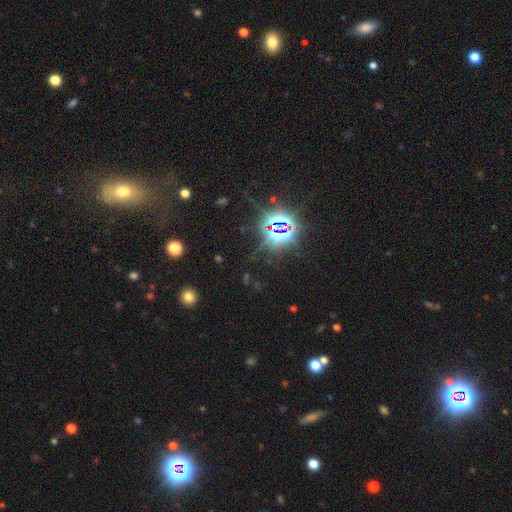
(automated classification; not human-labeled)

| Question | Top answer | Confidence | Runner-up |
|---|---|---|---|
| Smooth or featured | star or artifact | 77% | smooth (14%) |